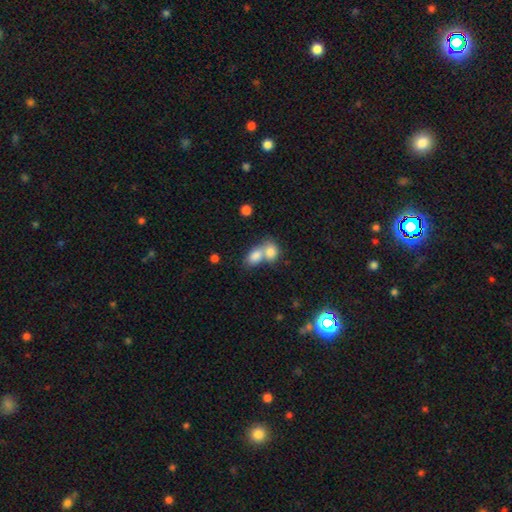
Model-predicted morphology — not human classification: This is clearly a smooth galaxy (81%). How rounded: likely in between (78%). Merging: likely merger (69%).